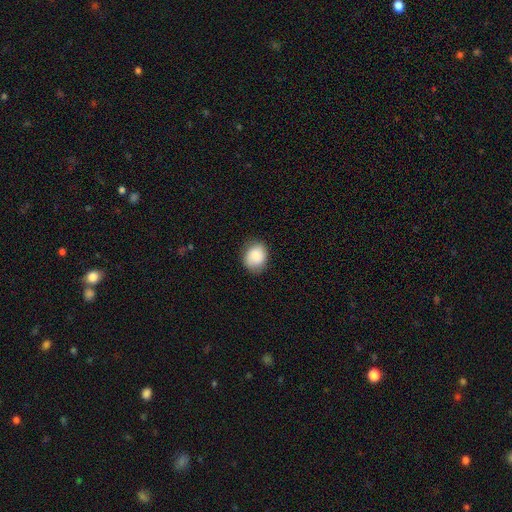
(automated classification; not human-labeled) Morphology: type=smooth (79%); roundness=round (54%); merging=none (79%).